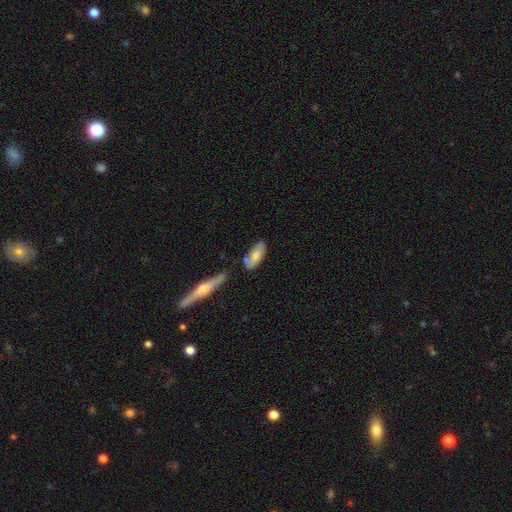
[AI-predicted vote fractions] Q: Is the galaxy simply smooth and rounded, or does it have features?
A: smooth — 68%.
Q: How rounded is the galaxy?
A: in between — 80%.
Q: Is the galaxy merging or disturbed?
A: none — 62%.